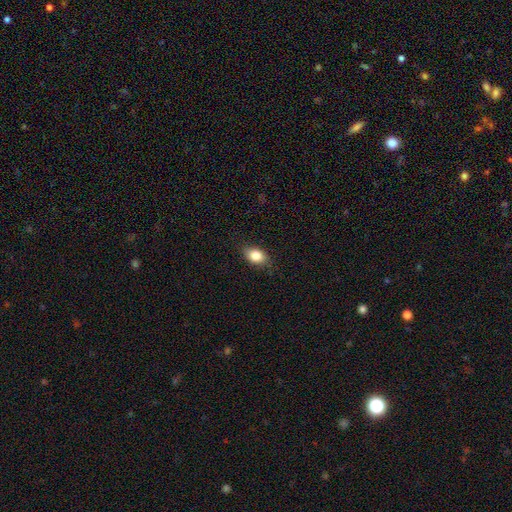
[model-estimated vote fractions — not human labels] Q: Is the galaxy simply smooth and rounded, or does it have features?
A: smooth — 83%.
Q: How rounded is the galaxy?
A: in between — 81%.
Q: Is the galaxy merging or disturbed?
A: none — 81%.